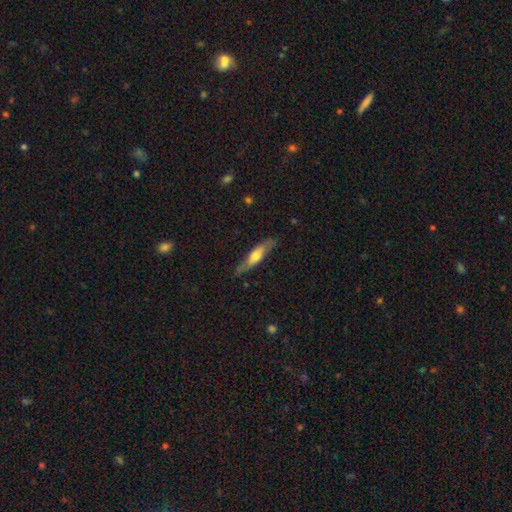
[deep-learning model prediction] Smooth or featured? Predicted: featured or disk (p=0.50). Merging? Predicted: none (p=0.78).